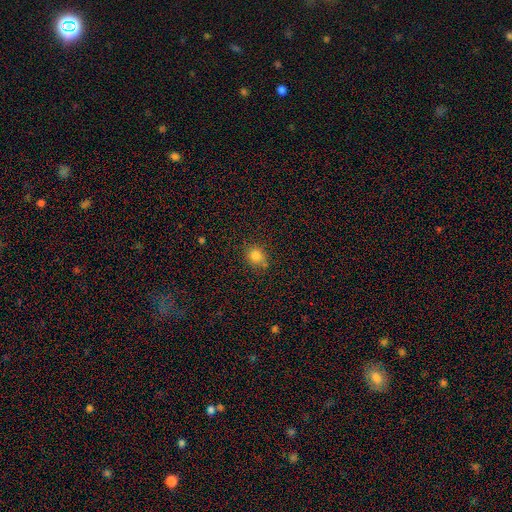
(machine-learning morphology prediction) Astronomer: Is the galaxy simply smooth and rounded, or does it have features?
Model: smooth — 81%.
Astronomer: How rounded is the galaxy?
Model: round — 71%.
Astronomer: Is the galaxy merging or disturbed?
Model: none — 72%.